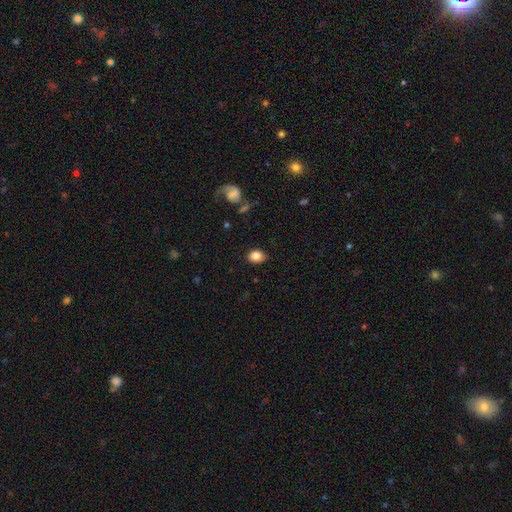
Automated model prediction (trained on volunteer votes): smooth_or_featured: smooth (p=0.84) [alt: star or artifact p=0.09]
how_rounded: in between (p=0.68) [alt: round p=0.31]
merging: none (p=0.83) [alt: minor disturbance p=0.13]